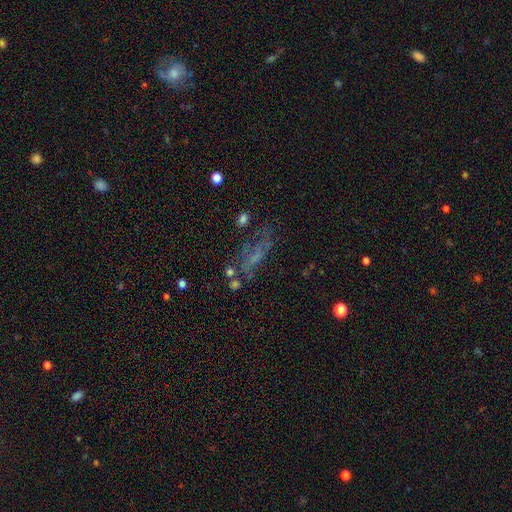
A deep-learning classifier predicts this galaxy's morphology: Smooth or featured: featured or disk — 43% (smooth — 32%)
Merging: none — 46% (major disturbance — 24%)